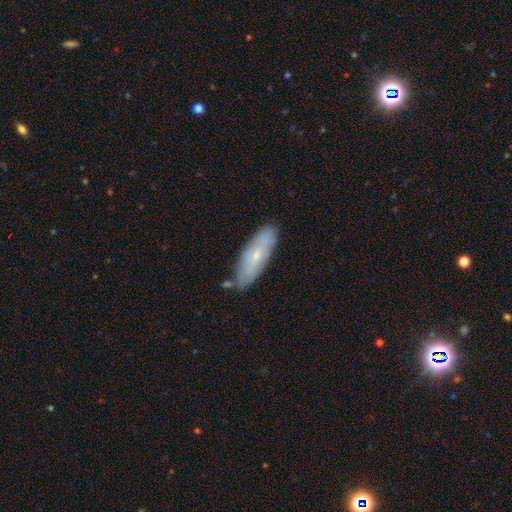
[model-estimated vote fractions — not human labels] This is possibly a smooth galaxy (54%). How rounded: possibly in between (54%). Merging: likely none (76%).